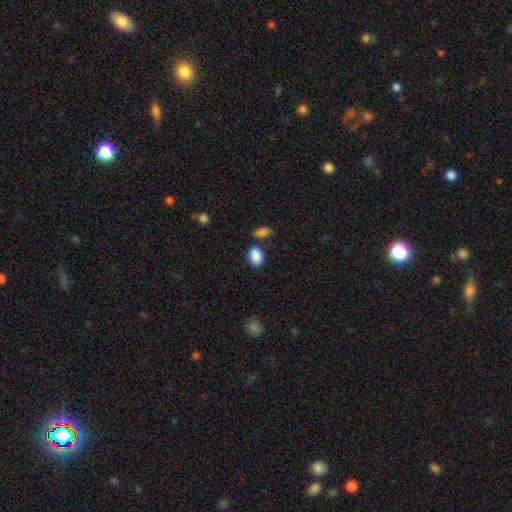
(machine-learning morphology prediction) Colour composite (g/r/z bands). It shows a smooth galaxy with no disk features (89%) that is in between round and cigar-shaped (81%). Merging: none (72%).